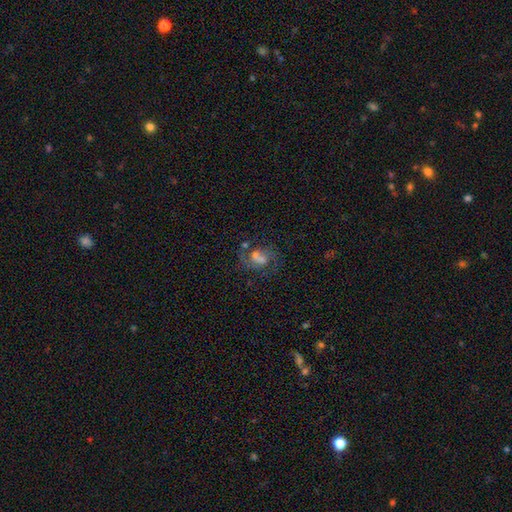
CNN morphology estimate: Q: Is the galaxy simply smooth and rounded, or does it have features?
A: featured or disk — 54%.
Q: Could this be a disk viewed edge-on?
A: no — 96%.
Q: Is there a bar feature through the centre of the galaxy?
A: weak — 45%.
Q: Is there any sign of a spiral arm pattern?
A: yes — 77%.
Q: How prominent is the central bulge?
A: moderate — 35%.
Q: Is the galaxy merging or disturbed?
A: none — 55%.